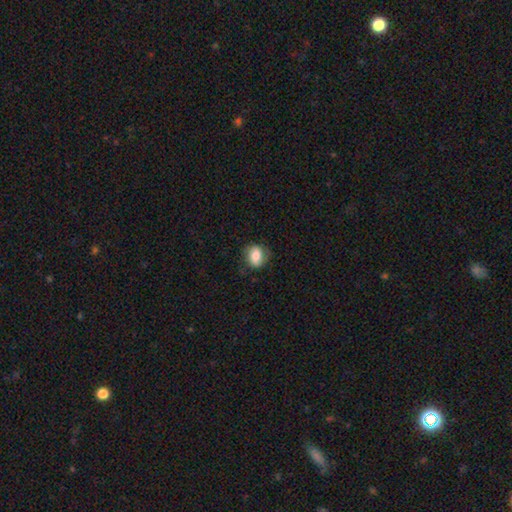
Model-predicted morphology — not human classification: This is likely a smooth galaxy (76%). How rounded: possibly in between (55%). Merging: likely none (72%).